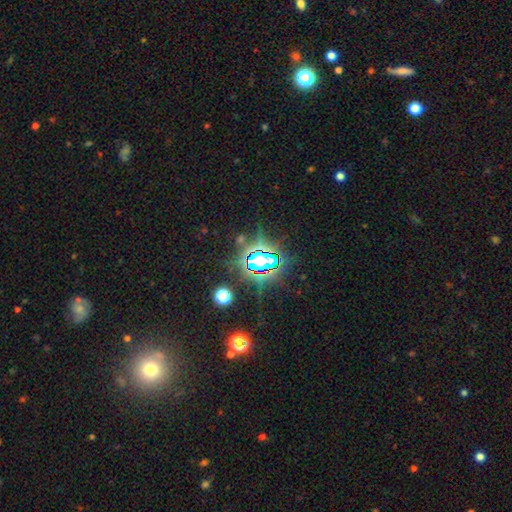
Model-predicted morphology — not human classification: Q: Smooth or featured?
A: star or artifact (75%); runner-up: smooth (14%)